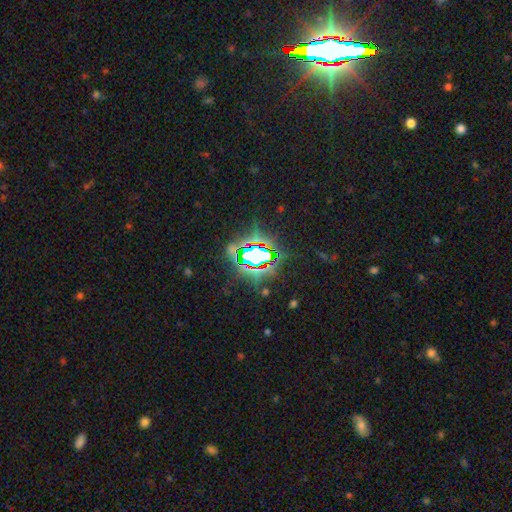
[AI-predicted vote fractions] Smooth or featured? Predicted: star or artifact (p=0.77).